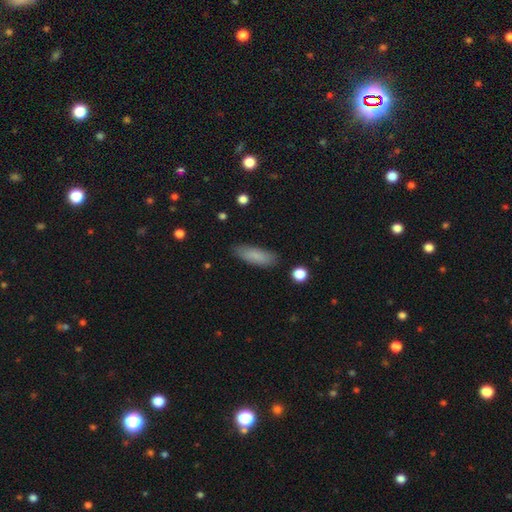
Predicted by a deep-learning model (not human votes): Smooth or featured? Predicted: smooth (p=0.84). How rounded? Predicted: in between (p=0.56). Merging? Predicted: none (p=0.86).